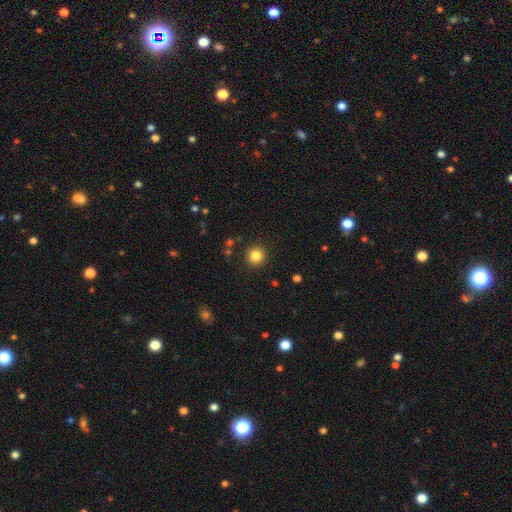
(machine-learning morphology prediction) Overall: smooth (84%). How rounded: round (93%). Merging: none (91%).